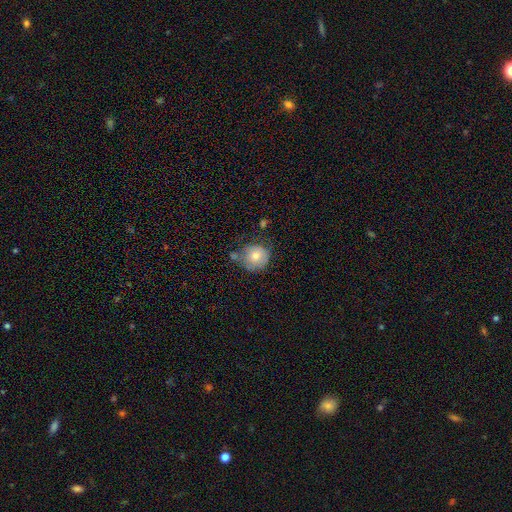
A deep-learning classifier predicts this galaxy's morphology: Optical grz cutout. It shows a smooth galaxy with no disk features (73%) that is round (91%). Merging: none (63%).